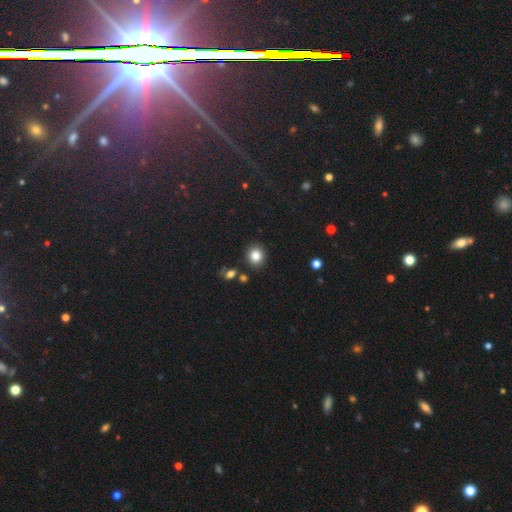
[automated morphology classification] Overall: smooth (84%). How rounded: round (80%). Merging: none (86%).